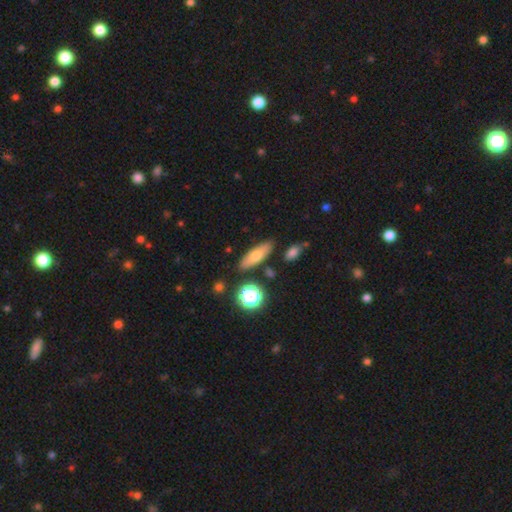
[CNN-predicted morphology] Smooth or featured? smooth (67%)
How rounded? in between (54%)
Merging? none (82%)